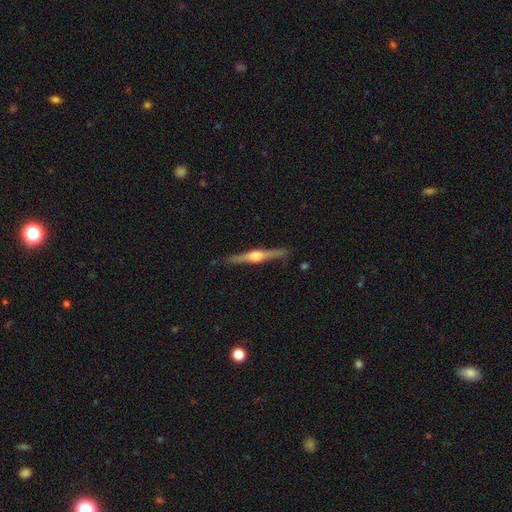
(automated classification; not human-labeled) A featured or disk galaxy (79%) viewed edge-on (98%) with a rounded central bulge (93%).

Vote fractions:
- Smooth or featured? featured or disk: 79% / smooth: 16% / star or artifact: 5%
- Edge-on disk? yes: 98% / no: 2%
- Edge-on bulge? rounded: 93% / boxy: 5% / none: 2%
- Merging? none: 89% / minor disturbance: 8% / major disturbance: 1% / merger: 1%